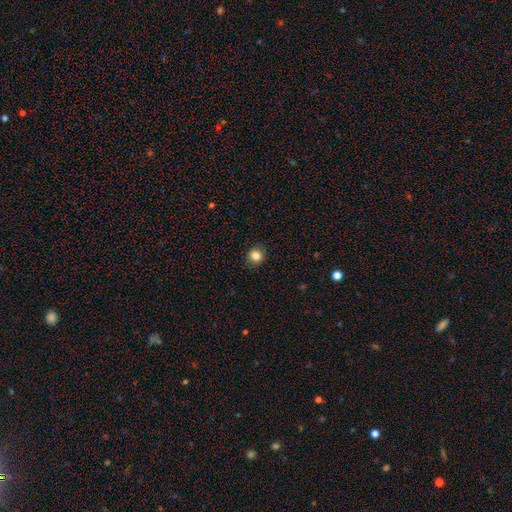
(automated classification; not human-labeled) A smooth galaxy with no disk features (84%) that is round (87%). Merging: none (89%).